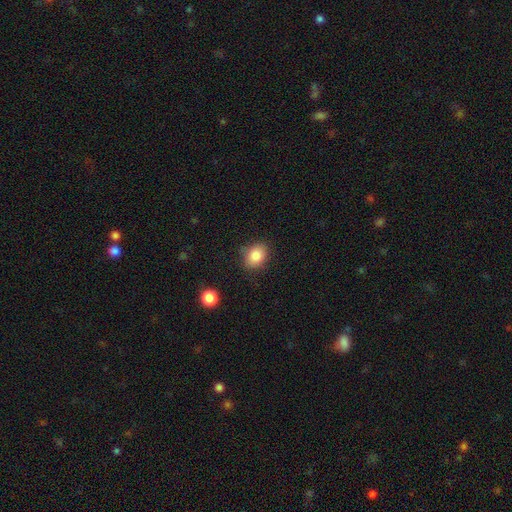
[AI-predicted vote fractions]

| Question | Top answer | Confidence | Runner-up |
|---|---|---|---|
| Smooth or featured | smooth | 85% | star or artifact (9%) |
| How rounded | in between | 61% | round (38%) |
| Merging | none | 81% | minor disturbance (14%) |